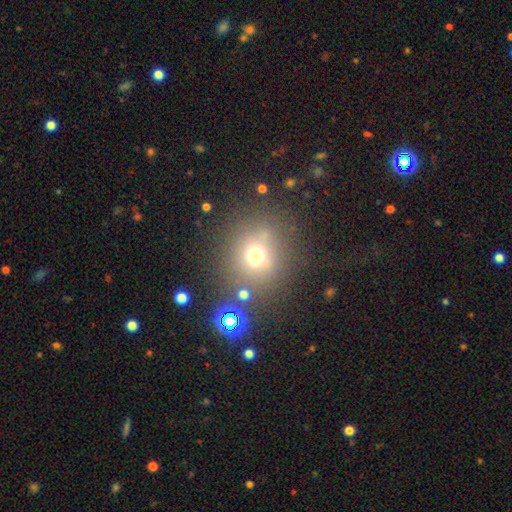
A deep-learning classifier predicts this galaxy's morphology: Q: Smooth or featured?
A: smooth (63%); runner-up: star or artifact (23%)
Q: How rounded?
A: round (86%); runner-up: in between (13%)
Q: Merging?
A: none (75%); runner-up: minor disturbance (11%)